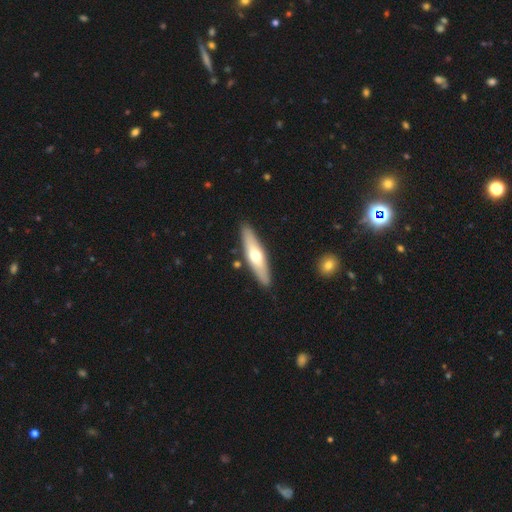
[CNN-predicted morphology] This appears to be a smooth galaxy with no disk features (49%). Merging: none (88%).